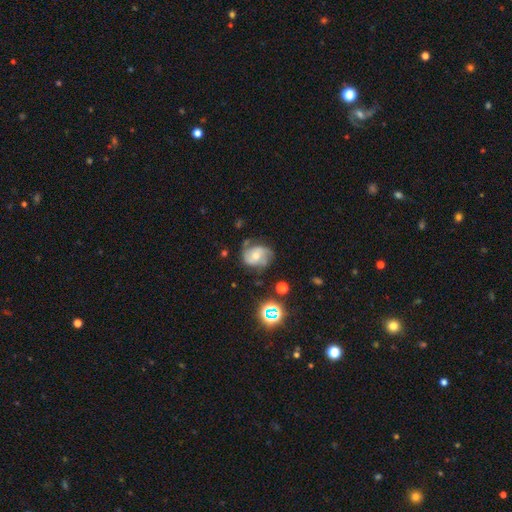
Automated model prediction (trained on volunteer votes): smooth_or_featured: featured or disk (p=0.65) [alt: smooth p=0.24]
disk_edge_on: no (p=0.97) [alt: yes p=0.03]
bar: no (p=0.65) [alt: weak p=0.28]
has_spiral_arms: yes (p=0.89) [alt: no p=0.11]
spiral_winding: medium (p=0.46) [alt: tight p=0.30]
spiral_arm_count: 2 (p=0.56) [alt: 3 p=0.19]
bulge_size: moderate (p=0.56) [alt: small p=0.37]
merging: none (p=0.58) [alt: minor disturbance p=0.27]